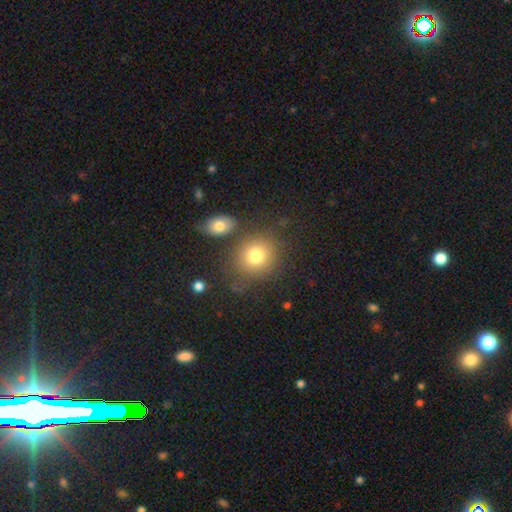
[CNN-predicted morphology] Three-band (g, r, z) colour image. It shows a smooth galaxy with no disk features (77%) that is round (81%). Merging: none (72%).